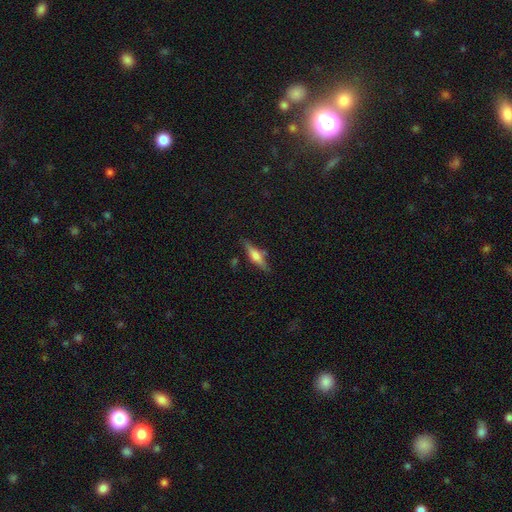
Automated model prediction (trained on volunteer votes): Smooth or featured: featured or disk — 54% (smooth — 39%)
Edge-on disk: yes — 95% (no — 5%)
Edge-on bulge: rounded — 82% (boxy — 13%)
Merging: none — 80% (minor disturbance — 13%)